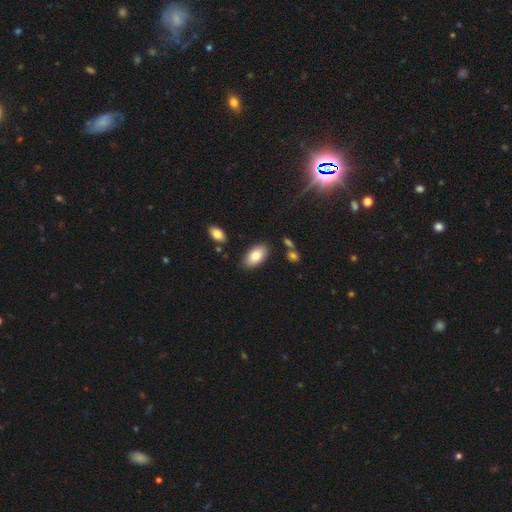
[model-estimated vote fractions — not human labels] Smooth or featured? Predicted: smooth (p=0.80). How rounded? Predicted: in between (p=0.94). Merging? Predicted: none (p=0.84).